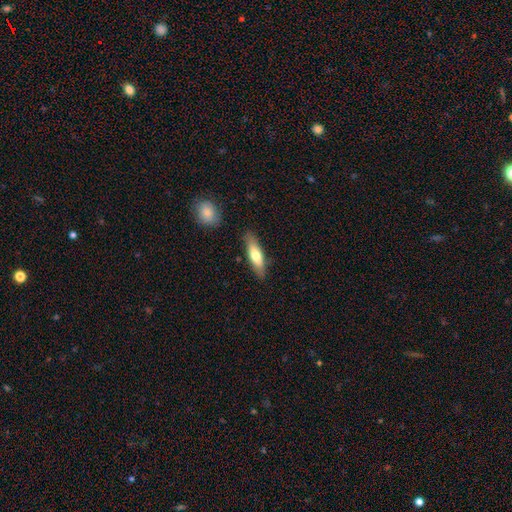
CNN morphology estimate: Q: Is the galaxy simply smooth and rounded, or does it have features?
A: smooth — 65%.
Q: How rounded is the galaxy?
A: cigar-shaped — 59%.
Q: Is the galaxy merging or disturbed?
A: none — 84%.